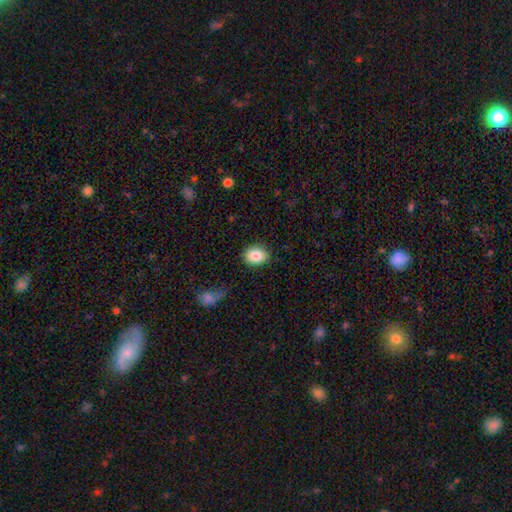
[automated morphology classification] Q: Smooth or featured?
A: smooth (84%); runner-up: star or artifact (8%)
Q: How rounded?
A: in between (56%); runner-up: round (43%)
Q: Merging?
A: none (86%); runner-up: minor disturbance (10%)